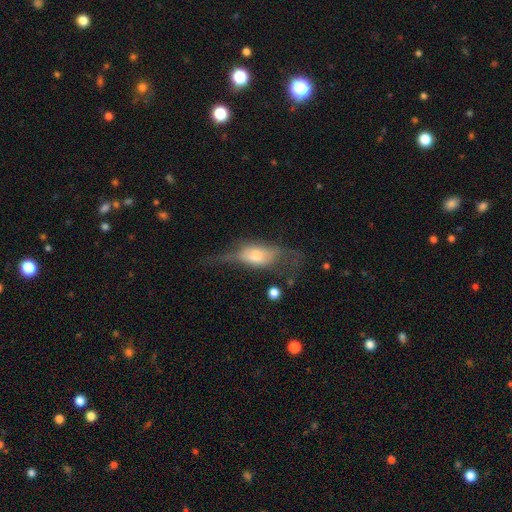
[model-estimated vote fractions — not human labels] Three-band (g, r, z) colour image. It shows a featured or disk galaxy (52%) viewed edge-on (68%). Merging: none (37%).